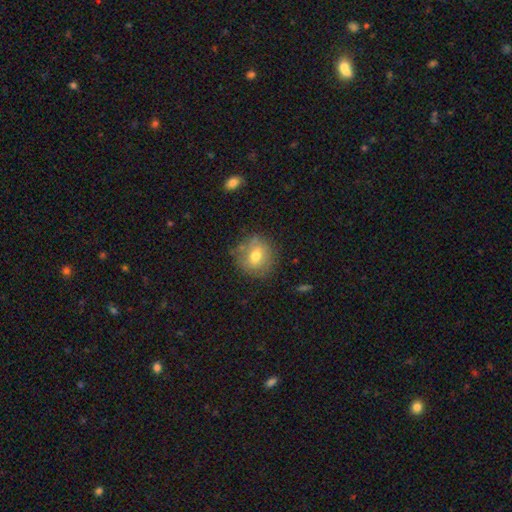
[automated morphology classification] smooth-or-featured: smooth: 67% | featured or disk: 24% | star or artifact: 10%
  how-rounded: round: 82% | in between: 17% | cigar-shaped: 1%
  merging: none: 75% | minor disturbance: 18% | major disturbance: 4% | merger: 3%